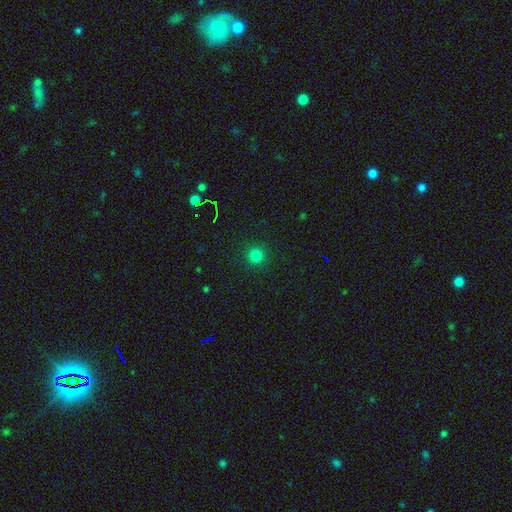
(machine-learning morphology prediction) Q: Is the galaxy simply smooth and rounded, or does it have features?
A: smooth — 80%.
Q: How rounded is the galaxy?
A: round — 95%.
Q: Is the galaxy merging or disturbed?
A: none — 92%.